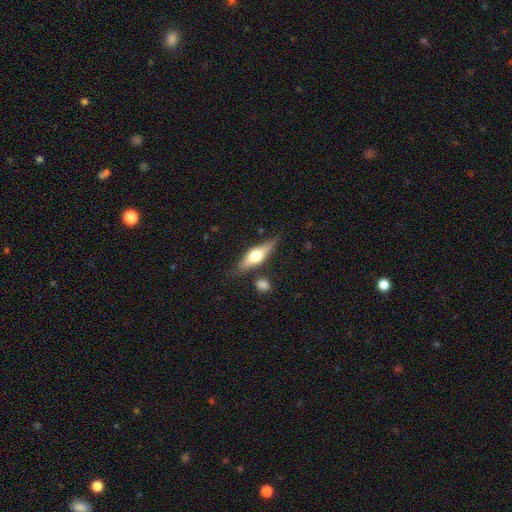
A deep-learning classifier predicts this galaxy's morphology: Q: Smooth or featured?
A: featured or disk (53%); runner-up: smooth (40%)
Q: Edge-on disk?
A: yes (91%); runner-up: no (9%)
Q: Merging?
A: none (76%); runner-up: minor disturbance (14%)